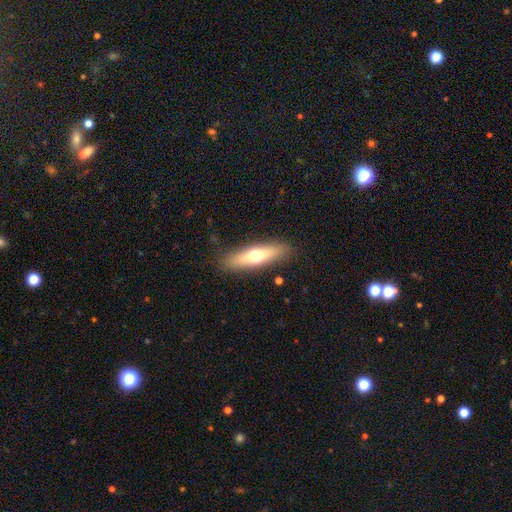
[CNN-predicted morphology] smooth-or-featured: smooth: 48% | featured or disk: 45% | star or artifact: 7%
  merging: none: 87% | minor disturbance: 9% | major disturbance: 2% | merger: 1%